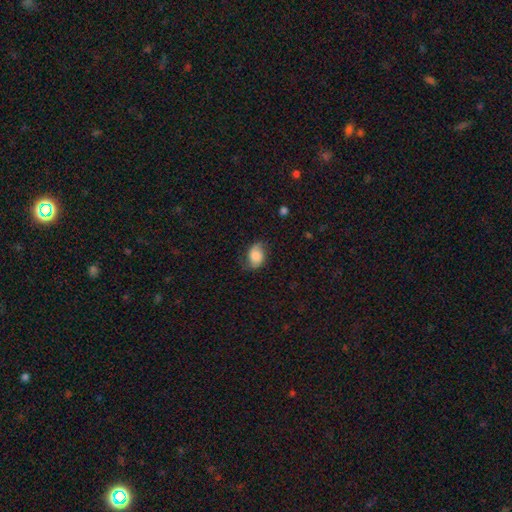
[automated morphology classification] smooth_or_featured: smooth (p=0.66) [alt: featured or disk p=0.25]
how_rounded: in between (p=0.73) [alt: round p=0.25]
merging: none (p=0.61) [alt: minor disturbance p=0.28]